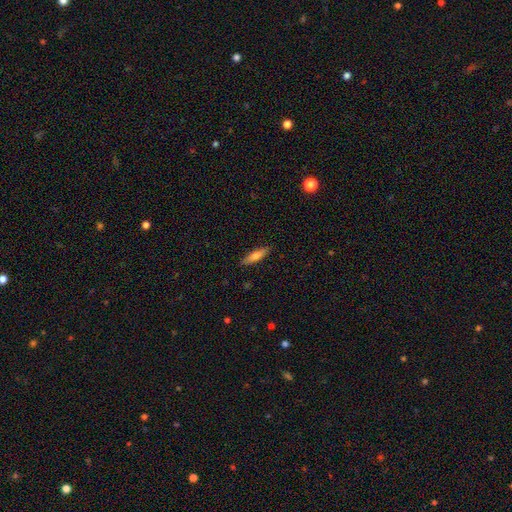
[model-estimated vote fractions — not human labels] Morphology: type=smooth (68%); roundness=cigar-shaped (72%); merging=none (88%).